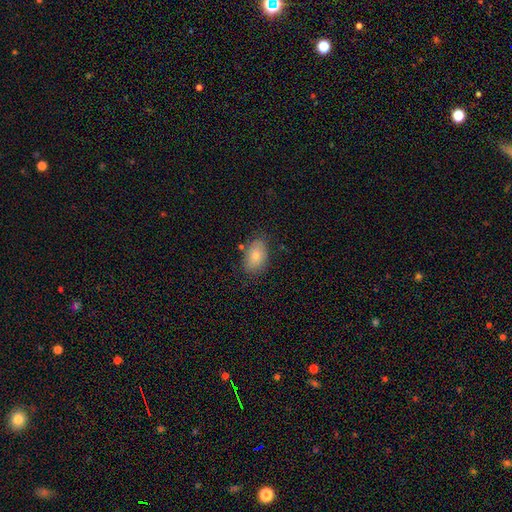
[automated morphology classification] type=smooth (77%); roundness=in between (88%); merging=none (75%).